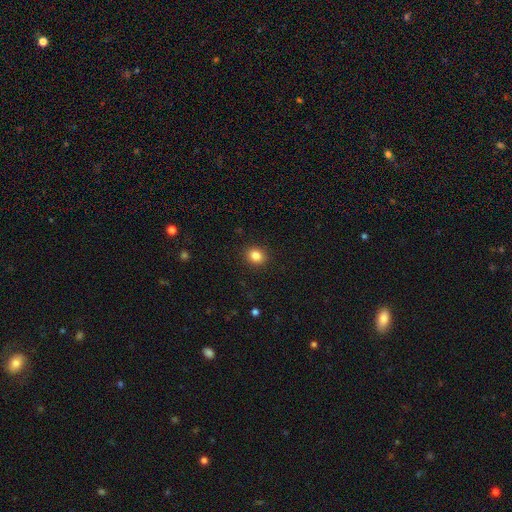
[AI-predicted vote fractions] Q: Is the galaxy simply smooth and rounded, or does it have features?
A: smooth — 84%.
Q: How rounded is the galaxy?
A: round — 71%.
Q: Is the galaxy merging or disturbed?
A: none — 91%.